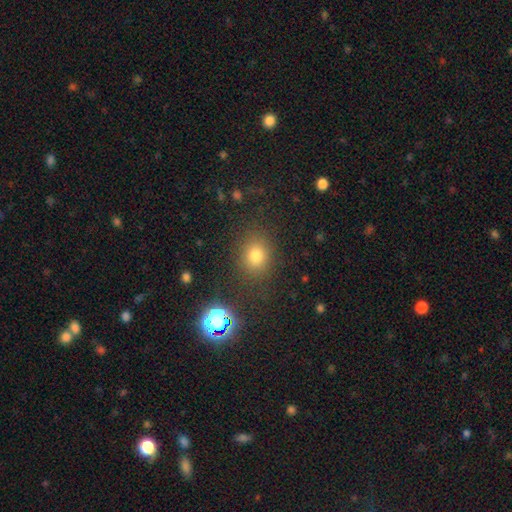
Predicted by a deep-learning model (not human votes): Smooth or featured? Predicted: smooth (p=0.73). How rounded? Predicted: round (p=0.70). Merging? Predicted: none (p=0.85).